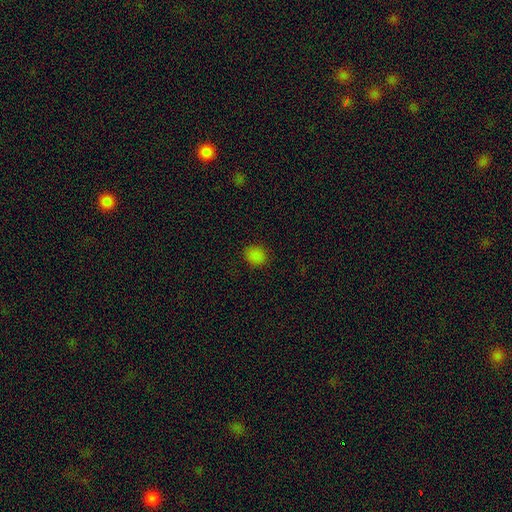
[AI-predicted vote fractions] The model was most divided on "how rounded": round: 68%, in between: 31%, cigar-shaped: 1%. More confident: merging — none (88%); smooth or featured — smooth (83%).